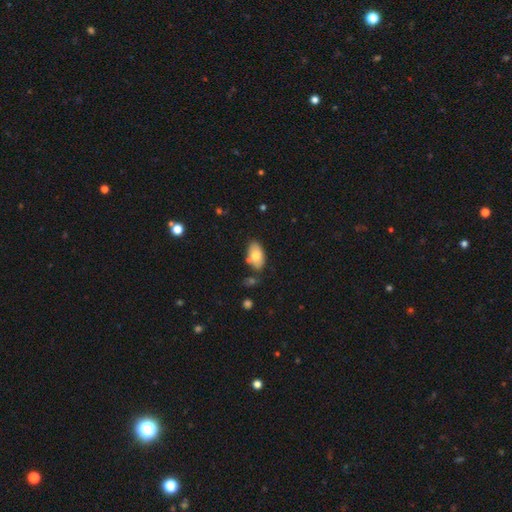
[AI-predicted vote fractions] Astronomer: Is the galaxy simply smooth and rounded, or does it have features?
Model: smooth — 77%.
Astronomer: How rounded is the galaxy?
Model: in between — 94%.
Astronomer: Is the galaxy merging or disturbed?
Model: none — 73%.